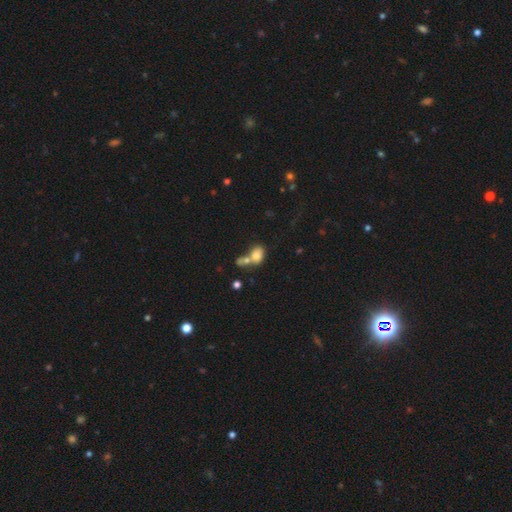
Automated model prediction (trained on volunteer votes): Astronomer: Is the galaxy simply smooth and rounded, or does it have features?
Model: smooth — 75%.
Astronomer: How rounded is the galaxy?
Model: in between — 69%.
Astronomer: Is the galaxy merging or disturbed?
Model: merger — 60%.